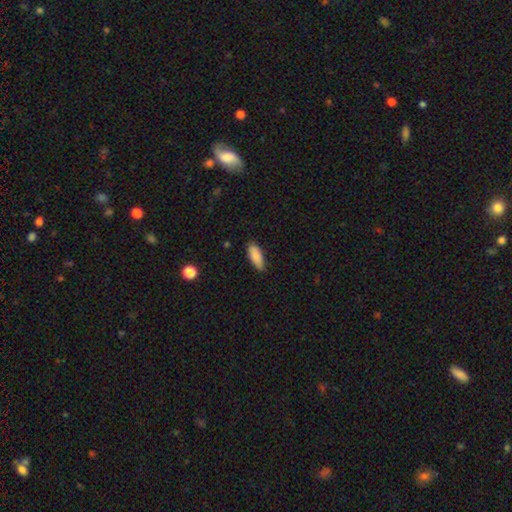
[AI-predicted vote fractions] The model was most divided on "how rounded": in between: 75%, cigar-shaped: 23%, round: 2%. More confident: smooth or featured — smooth (88%); merging — none (80%).